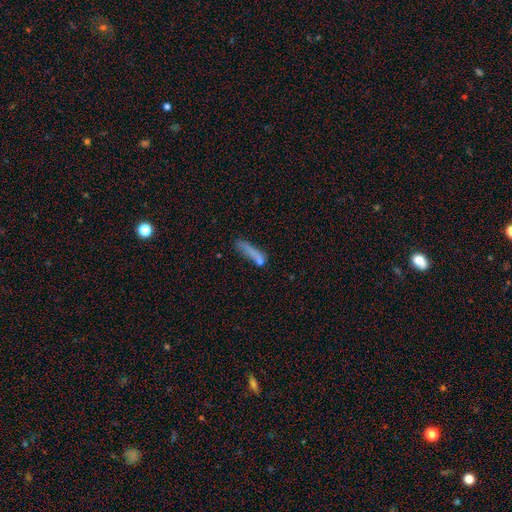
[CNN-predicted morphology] smooth-or-featured: smooth: 68% | featured or disk: 20% | star or artifact: 11%
  how-rounded: cigar-shaped: 78% | in between: 19% | round: 3%
  merging: none: 45% | minor disturbance: 21% | merger: 18% | major disturbance: 16%